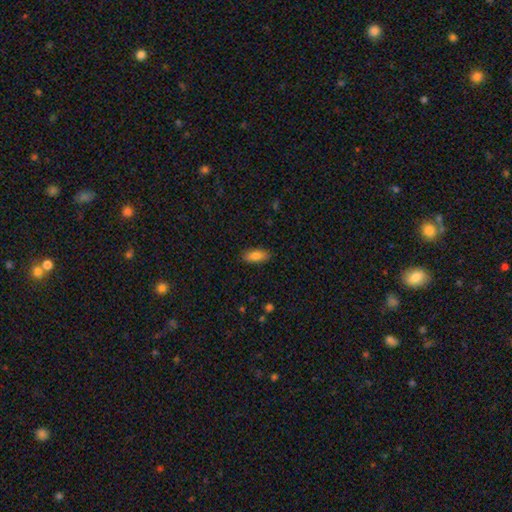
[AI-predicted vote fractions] smooth_or_featured: smooth (p=0.83) [alt: featured or disk p=0.10]
how_rounded: in between (p=0.81) [alt: cigar-shaped p=0.17]
merging: none (p=0.88) [alt: minor disturbance p=0.09]